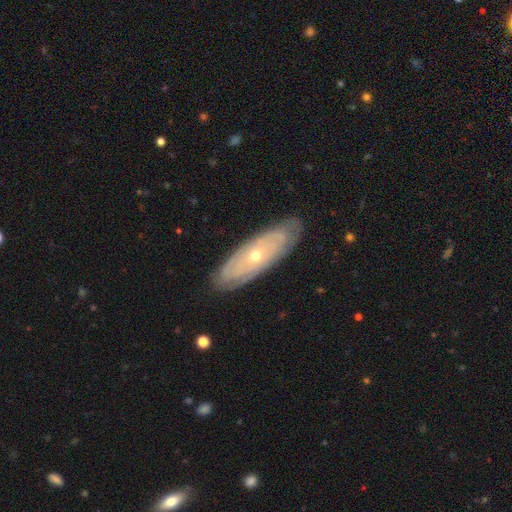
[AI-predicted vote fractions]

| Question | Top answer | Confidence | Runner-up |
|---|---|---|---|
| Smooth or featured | featured or disk | 73% | smooth (21%) |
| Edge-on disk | no | 80% | yes (20%) |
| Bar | no | 87% | weak (10%) |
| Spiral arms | yes | 70% | no (30%) |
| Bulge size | small | 57% | moderate (41%) |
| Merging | none | 81% | minor disturbance (15%) |